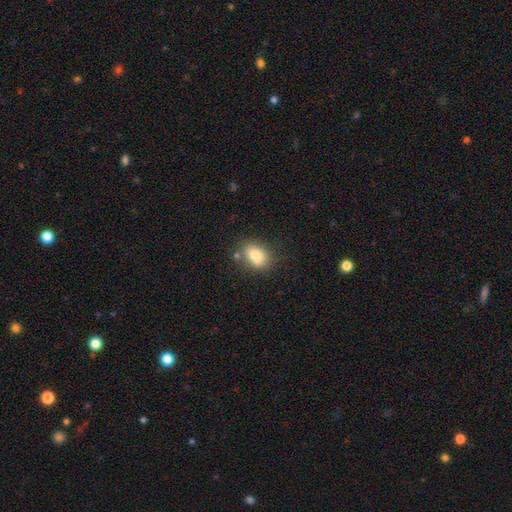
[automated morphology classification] A smooth galaxy with no disk features (82%) that is in between round and cigar-shaped (81%).

Vote fractions:
- Smooth or featured? smooth: 82% / featured or disk: 10% / star or artifact: 9%
- How rounded? in between: 81% / round: 17% / cigar-shaped: 2%
- Merging? none: 75% / minor disturbance: 15% / merger: 6% / major disturbance: 4%